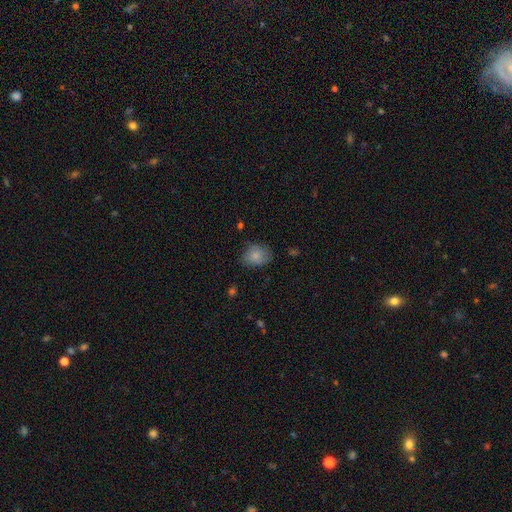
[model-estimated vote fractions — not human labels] Smooth or featured?
  - smooth: 83% *
  - featured or disk: 9%
  - star or artifact: 8%
How rounded?
  - in between: 50% *
  - round: 49%
  - cigar-shaped: 1%
Merging?
  - none: 71% *
  - minor disturbance: 22%
  - major disturbance: 5%
  - merger: 1%